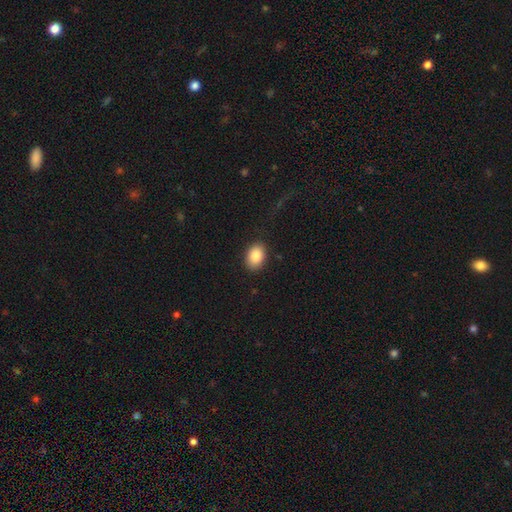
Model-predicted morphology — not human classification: Smooth or featured?
  - smooth: 87% *
  - star or artifact: 7%
  - featured or disk: 5%
How rounded?
  - in between: 79% *
  - round: 20%
  - cigar-shaped: 1%
Merging?
  - none: 87% *
  - minor disturbance: 9%
  - major disturbance: 3%
  - merger: 1%